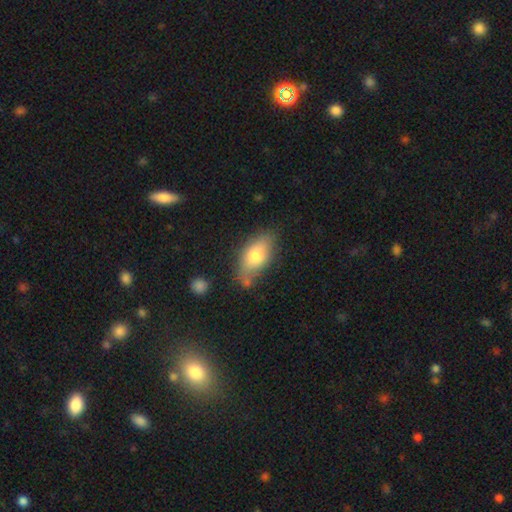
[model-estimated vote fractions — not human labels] This is likely a smooth galaxy (73%). How rounded: clearly in between (87%). Merging: likely none (65%).